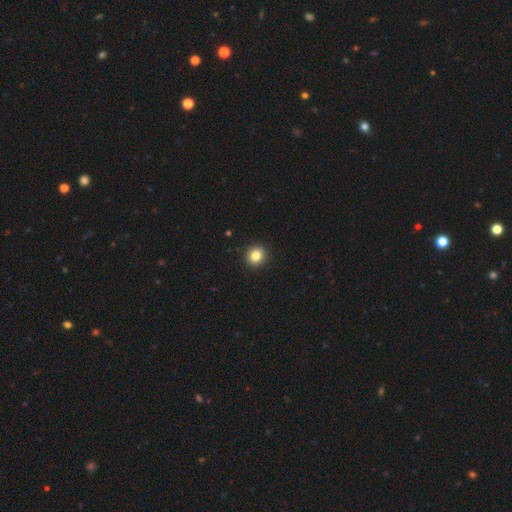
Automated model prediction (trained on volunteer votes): smooth 83%, star or artifact 11%, featured or disk 6%. Down the decision tree: how rounded — round (88%); merging — none (93%).